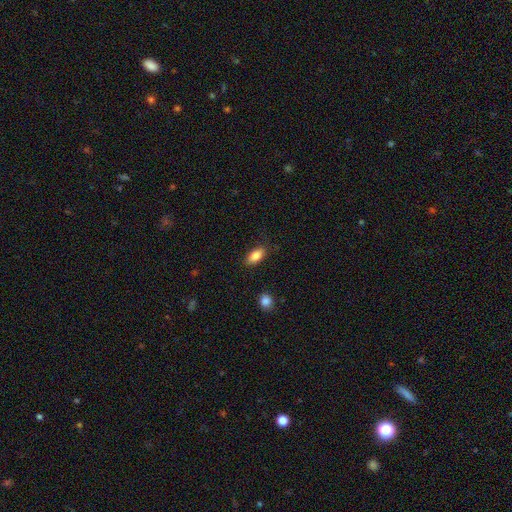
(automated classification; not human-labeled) This appears to be a smooth galaxy with no disk features (82%) that is in between round and cigar-shaped (87%). Merging: none (84%).